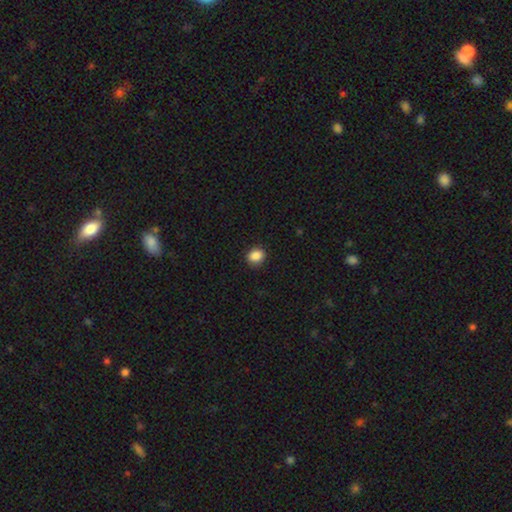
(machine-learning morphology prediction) This appears to be a smooth galaxy with no disk features (88%) that is round (61%). Merging: none (89%).